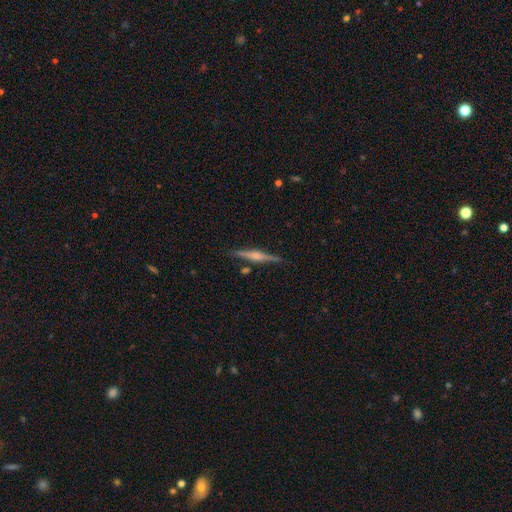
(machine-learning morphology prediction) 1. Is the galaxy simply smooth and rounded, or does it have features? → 74% featured or disk, 20% smooth, 6% star or artifact.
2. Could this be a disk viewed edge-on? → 98% yes, 2% no.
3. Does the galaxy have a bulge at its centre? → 80% rounded, 13% boxy, 6% none.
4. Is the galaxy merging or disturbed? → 87% none, 8% minor disturbance, 3% merger, 2% major disturbance.